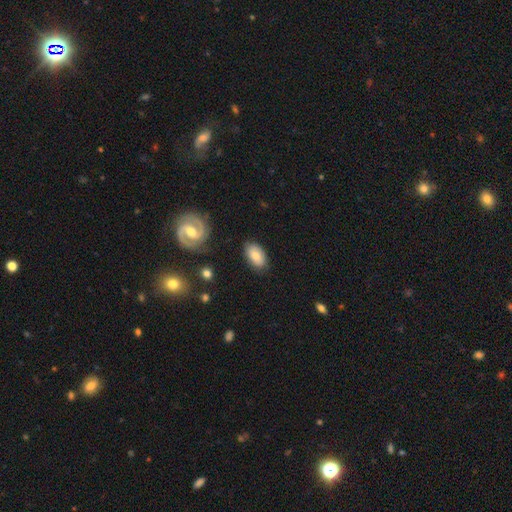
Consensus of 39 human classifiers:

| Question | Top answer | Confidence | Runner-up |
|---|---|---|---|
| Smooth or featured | smooth | 77% | featured or disk (21%) |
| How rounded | in between | 80% | round (10%) |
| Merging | none | 82% | minor disturbance (8%) |